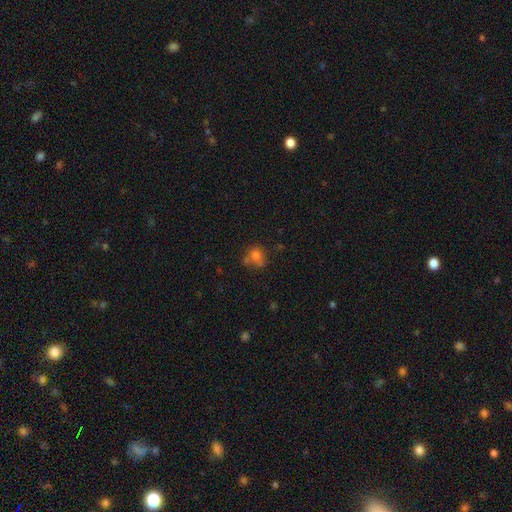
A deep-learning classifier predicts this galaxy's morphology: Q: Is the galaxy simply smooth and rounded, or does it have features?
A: smooth — 73%.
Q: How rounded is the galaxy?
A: round — 71%.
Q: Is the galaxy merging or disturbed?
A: none — 48%.